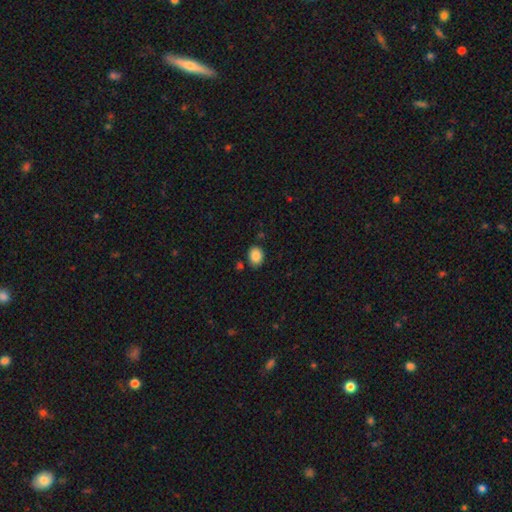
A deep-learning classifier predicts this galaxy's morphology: This is clearly a smooth galaxy (87%). How rounded: possibly in between (58%). Merging: clearly none (82%).